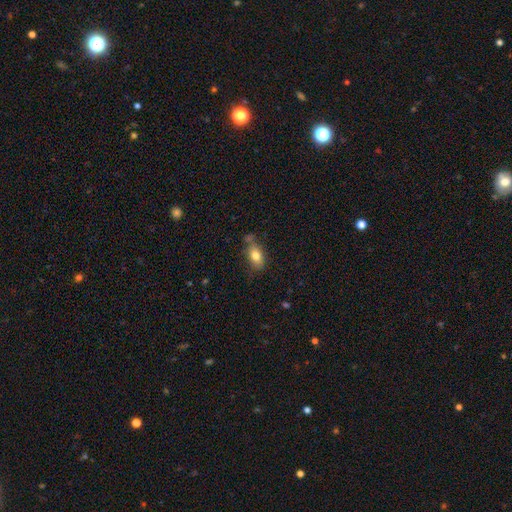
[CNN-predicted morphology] Overall: smooth (79%). How rounded: in between (87%). Merging: none (65%).